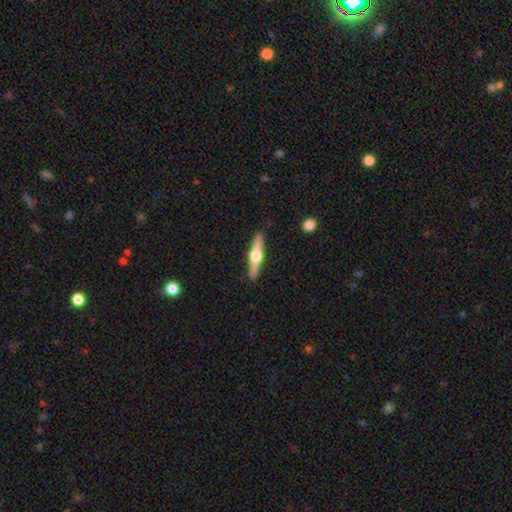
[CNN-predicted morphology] This is likely a featured or disk galaxy (72%). It is clearly viewed edge-on (97%). Edge-on bulge: clearly rounded (96%). Merging: clearly none (90%).